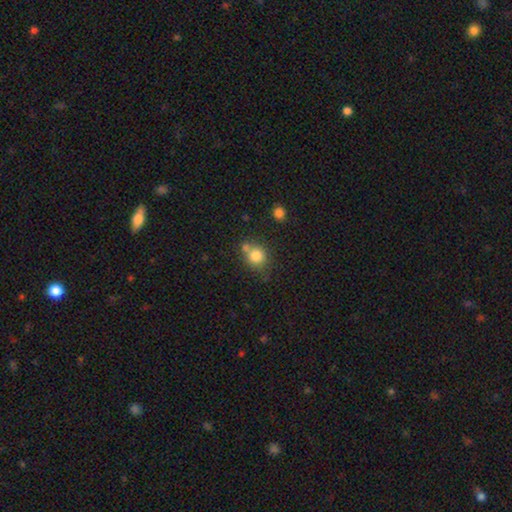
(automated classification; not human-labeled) smooth 80%, star or artifact 11%, featured or disk 9%. Down the decision tree: how rounded — round (80%); merging — none (53%).